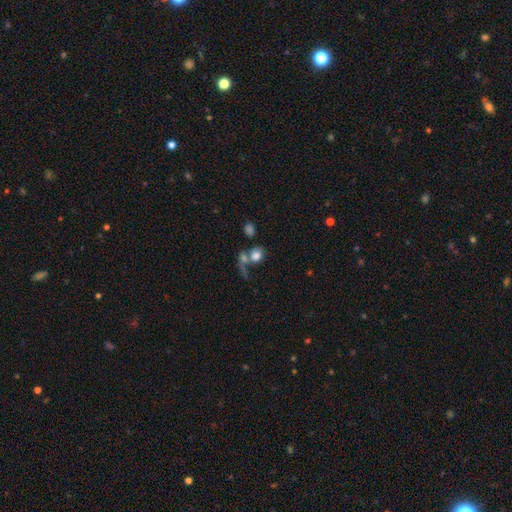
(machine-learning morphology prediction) This appears to be a smooth galaxy with no disk features (71%) that is round (65%). Merging: merger (45%).